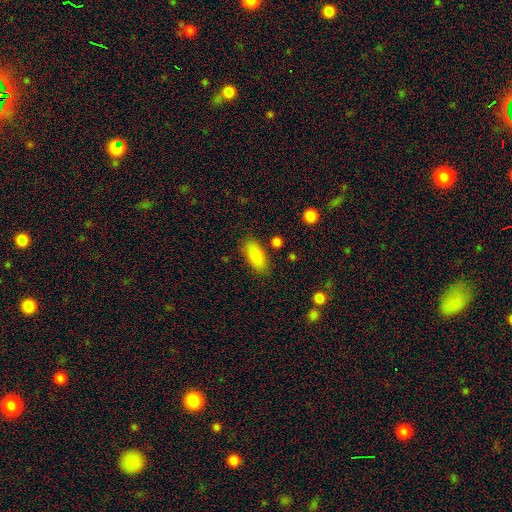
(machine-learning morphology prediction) The model was most divided on "merging": none: 82%, minor disturbance: 12%, major disturbance: 3%, merger: 3%. More confident: smooth or featured — smooth (87%); how rounded — in between (86%).